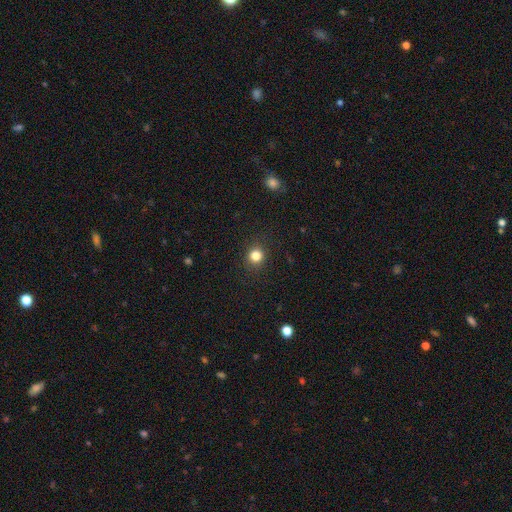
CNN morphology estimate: Smooth or featured? Predicted: smooth (p=0.83). How rounded? Predicted: round (p=0.90). Merging? Predicted: none (p=0.90).